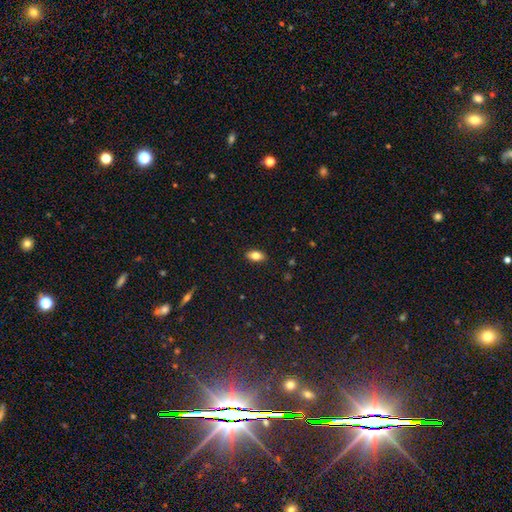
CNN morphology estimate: Overall: smooth (77%). How rounded: in between (89%). Merging: none (89%).